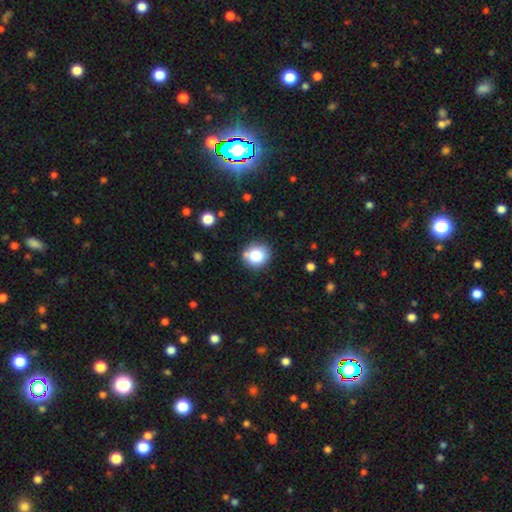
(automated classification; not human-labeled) A smooth galaxy with no disk features (82%) that is round (82%).

Vote fractions:
- Smooth or featured? smooth: 82% / star or artifact: 10% / featured or disk: 8%
- How rounded? round: 82% / in between: 17% / cigar-shaped: 1%
- Merging? none: 79% / minor disturbance: 14% / merger: 4% / major disturbance: 3%